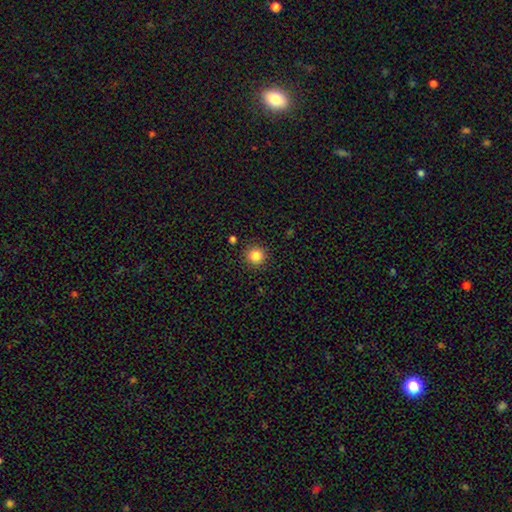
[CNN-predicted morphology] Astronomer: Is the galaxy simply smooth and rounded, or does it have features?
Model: smooth — 85%.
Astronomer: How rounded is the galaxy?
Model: round — 95%.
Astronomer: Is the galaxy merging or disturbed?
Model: none — 91%.